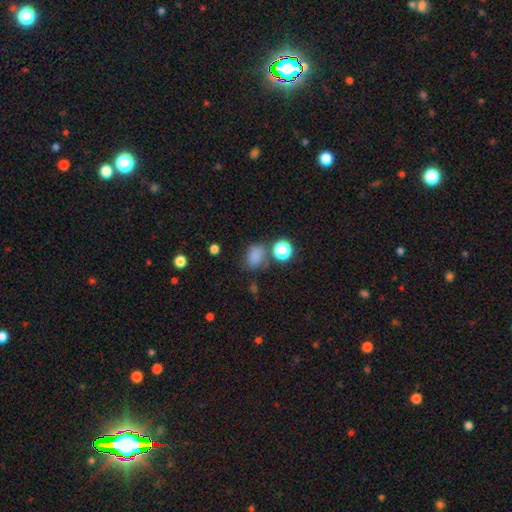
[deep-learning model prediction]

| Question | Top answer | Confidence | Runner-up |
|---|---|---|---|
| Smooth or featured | smooth | 77% | star or artifact (17%) |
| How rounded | in between | 54% | round (45%) |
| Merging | none | 64% | minor disturbance (18%) |